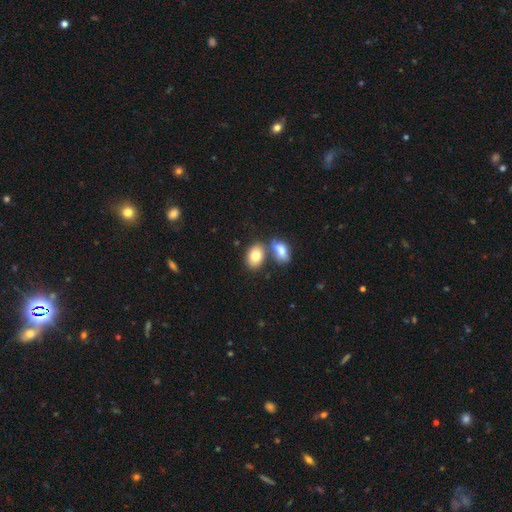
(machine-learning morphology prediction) Smooth or featured? Predicted: smooth (p=0.79). How rounded? Predicted: in between (p=0.83). Merging? Predicted: none (p=0.50).